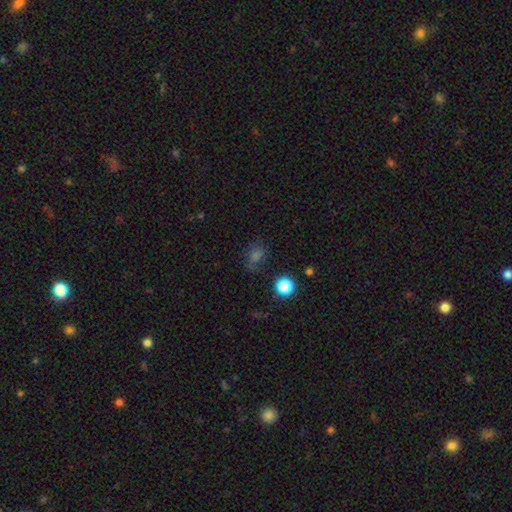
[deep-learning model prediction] Smooth or featured: smooth — 61% (star or artifact — 28%)
How rounded: in between — 61% (round — 36%)
Merging: none — 68% (minor disturbance — 20%)